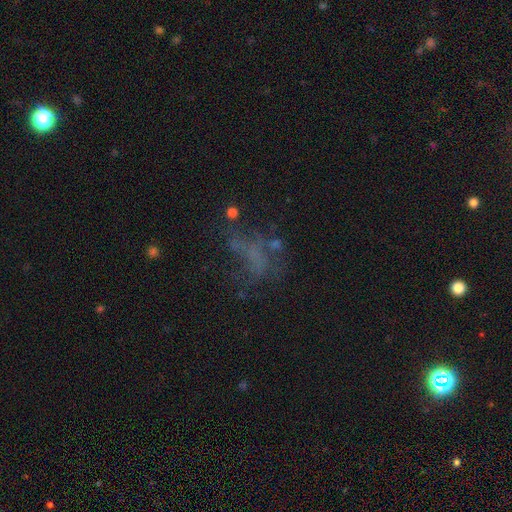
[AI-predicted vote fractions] Morphology: type=featured or disk (38%); merging=none (39%).